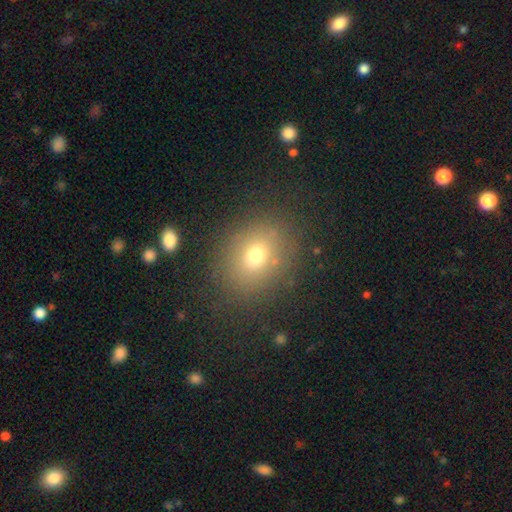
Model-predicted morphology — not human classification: Smooth or featured: smooth — 70% (star or artifact — 16%)
How rounded: round — 58% (in between — 42%)
Merging: none — 83% (minor disturbance — 10%)